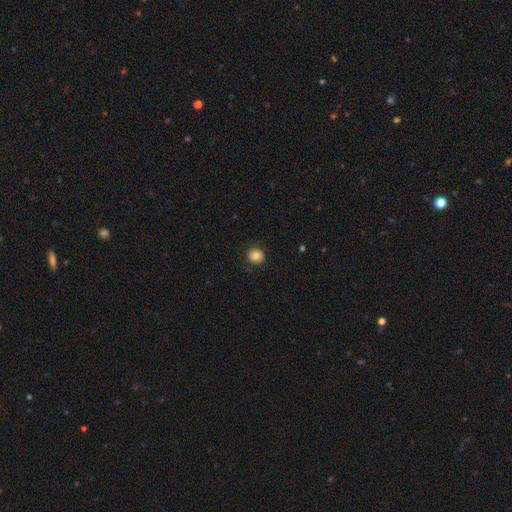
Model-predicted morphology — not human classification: Overall: smooth (83%). How rounded: round (88%). Merging: none (88%).